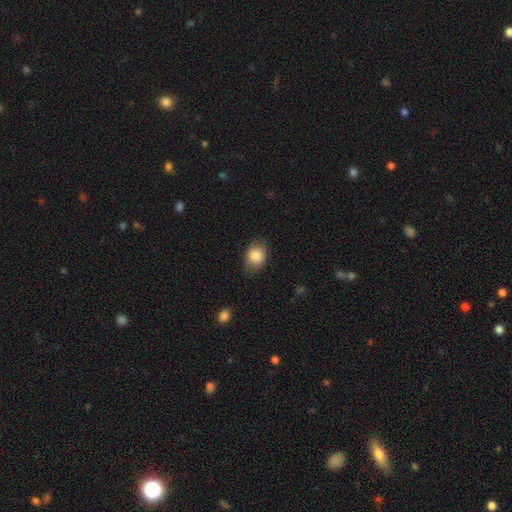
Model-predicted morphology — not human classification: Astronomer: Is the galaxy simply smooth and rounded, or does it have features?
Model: smooth — 83%.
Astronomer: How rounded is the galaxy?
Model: in between — 63%.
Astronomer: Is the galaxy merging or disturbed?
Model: none — 76%.